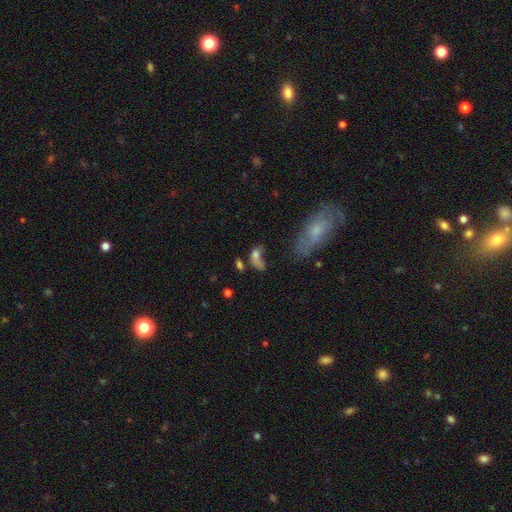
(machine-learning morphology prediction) A smooth galaxy with no disk features (64%) that is in between round and cigar-shaped (76%). Merging: major disturbance (32%).